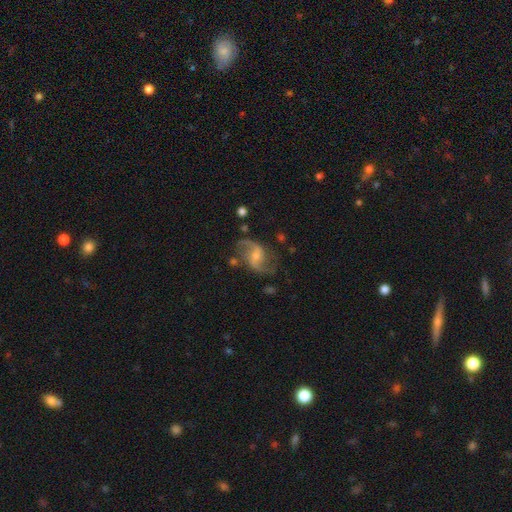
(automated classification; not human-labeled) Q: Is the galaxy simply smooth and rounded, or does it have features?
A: featured or disk — 88%.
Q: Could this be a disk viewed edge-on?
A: no — 98%.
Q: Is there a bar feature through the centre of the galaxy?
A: weak — 48%.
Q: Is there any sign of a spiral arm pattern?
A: yes — 96%.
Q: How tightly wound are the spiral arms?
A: loose — 61%.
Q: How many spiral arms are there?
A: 2 — 93%.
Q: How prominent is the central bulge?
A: small — 51%.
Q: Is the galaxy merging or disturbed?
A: none — 72%.